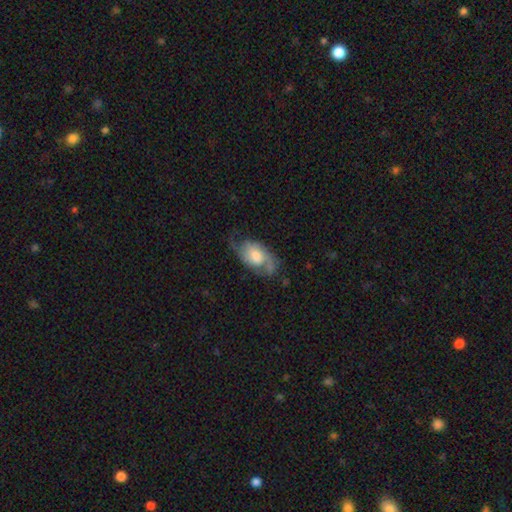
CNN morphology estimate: This appears to be a featured or disk galaxy (68%) with no bar (60%), 2 (74%) medium (44%) spiral arms (90%) and a moderate central bulge (49%). Merging: none (58%).